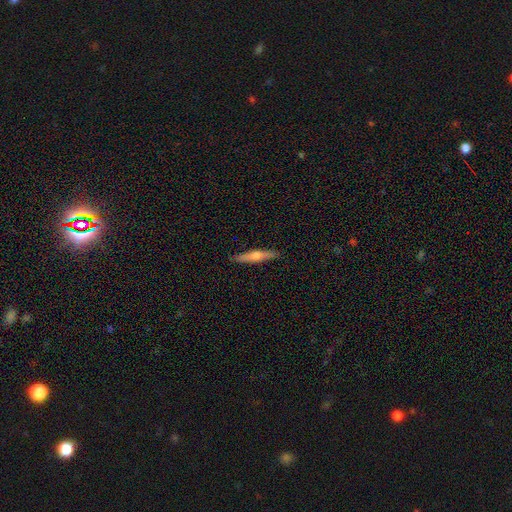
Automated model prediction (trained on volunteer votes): This appears to be a featured or disk galaxy (54%) viewed edge-on (96%) with a rounded central bulge (82%). Merging: none (91%).